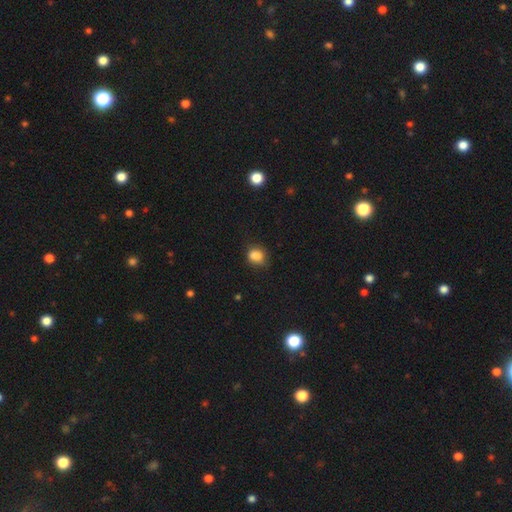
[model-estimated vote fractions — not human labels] Smooth or featured?
  - smooth: 84% *
  - star or artifact: 11%
  - featured or disk: 5%
How rounded?
  - in between: 50% *
  - round: 49%
  - cigar-shaped: 1%
Merging?
  - none: 63% *
  - minor disturbance: 28%
  - major disturbance: 7%
  - merger: 2%